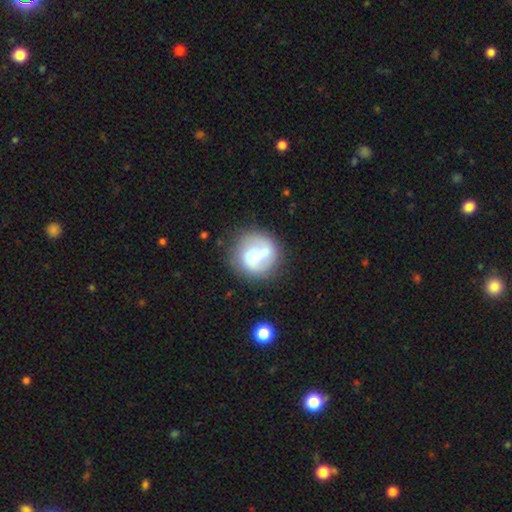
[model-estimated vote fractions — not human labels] Q: Smooth or featured?
A: featured or disk (49%); runner-up: smooth (42%)
Q: Merging?
A: none (63%); runner-up: minor disturbance (18%)